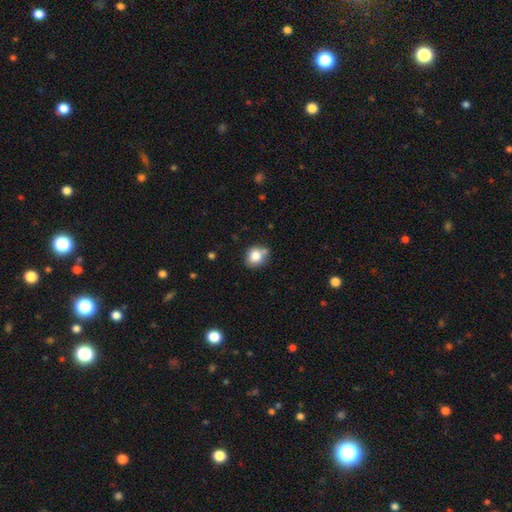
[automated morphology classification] Smooth or featured? smooth (79%)
How rounded? round (70%)
Merging? none (64%)